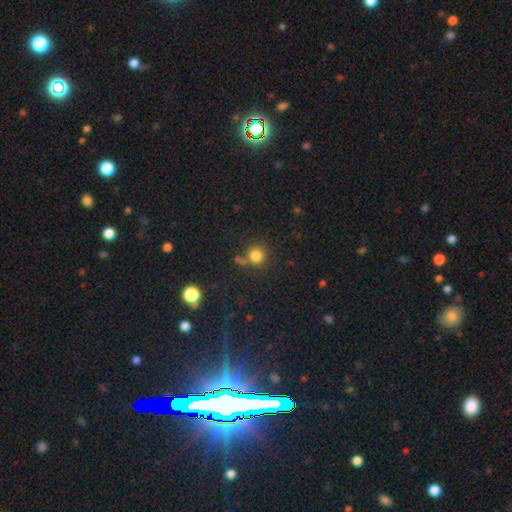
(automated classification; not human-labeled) This is clearly a smooth galaxy (81%). How rounded: clearly round (92%). Merging: likely none (72%).